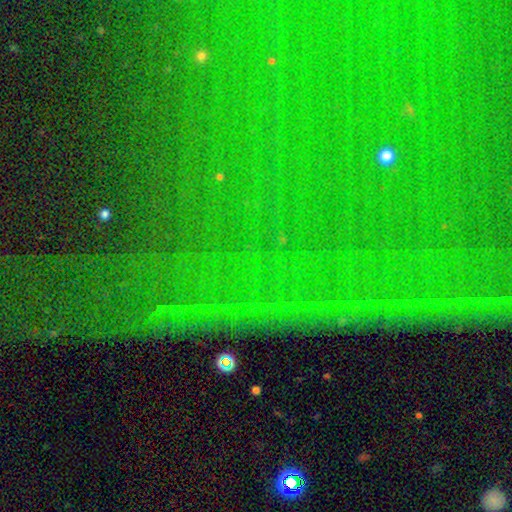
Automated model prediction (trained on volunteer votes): Morphology: type=star or artifact (85%).